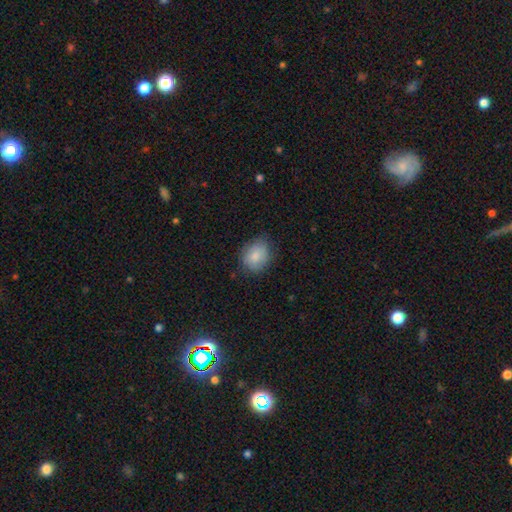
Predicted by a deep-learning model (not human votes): Smooth or featured? smooth (84%)
How rounded? round (58%)
Merging? none (72%)